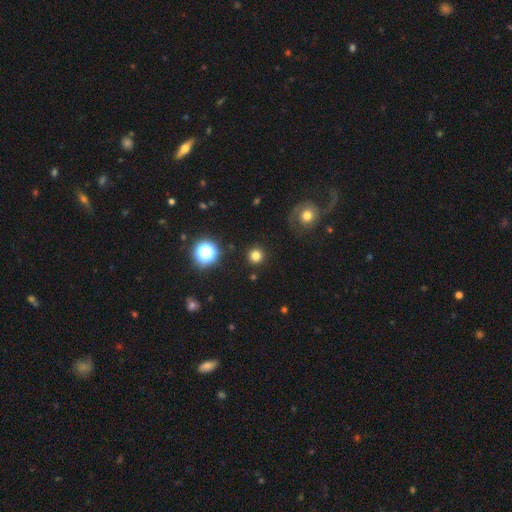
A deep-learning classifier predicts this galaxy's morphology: smooth 78%, star or artifact 17%, featured or disk 5%. Down the decision tree: how rounded — round (95%); merging — none (91%).